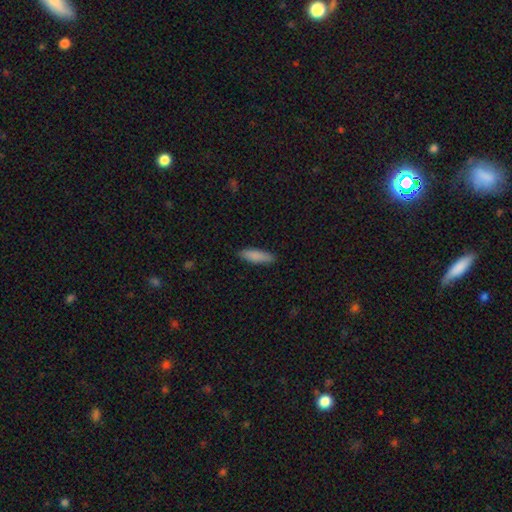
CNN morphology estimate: Smooth or featured: smooth — 86% (featured or disk — 8%)
How rounded: cigar-shaped — 60% (in between — 38%)
Merging: none — 87% (minor disturbance — 10%)